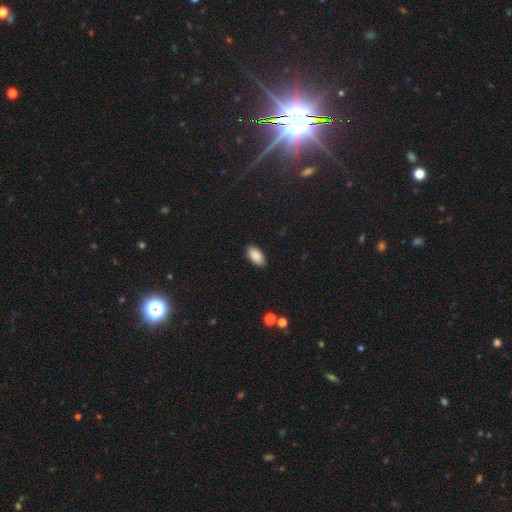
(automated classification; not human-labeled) This appears to be a smooth galaxy with no disk features (89%) that is in between round and cigar-shaped (94%). Merging: none (87%).